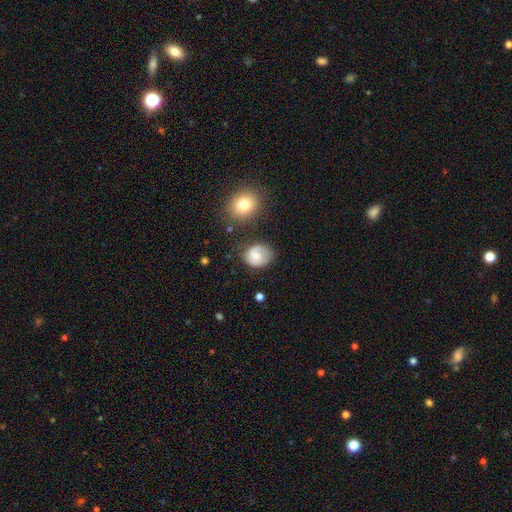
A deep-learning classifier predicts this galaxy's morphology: Smooth or featured?
  - smooth: 62% *
  - featured or disk: 30%
  - star or artifact: 8%
How rounded?
  - round: 60% *
  - in between: 39%
  - cigar-shaped: 1%
Merging?
  - none: 61% *
  - minor disturbance: 26%
  - major disturbance: 10%
  - merger: 4%